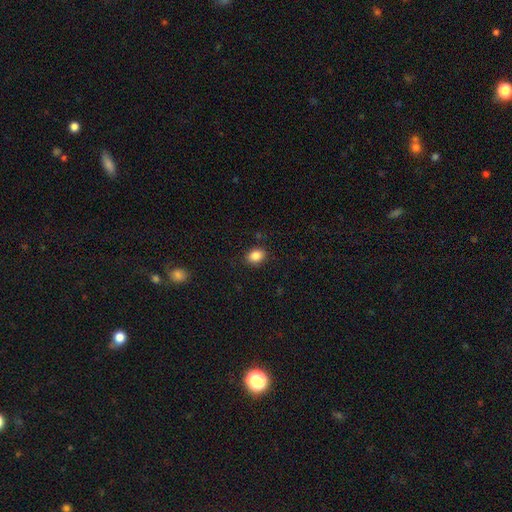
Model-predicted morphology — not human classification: This is clearly a smooth galaxy (86%). How rounded: likely in between (62%). Merging: clearly none (87%).